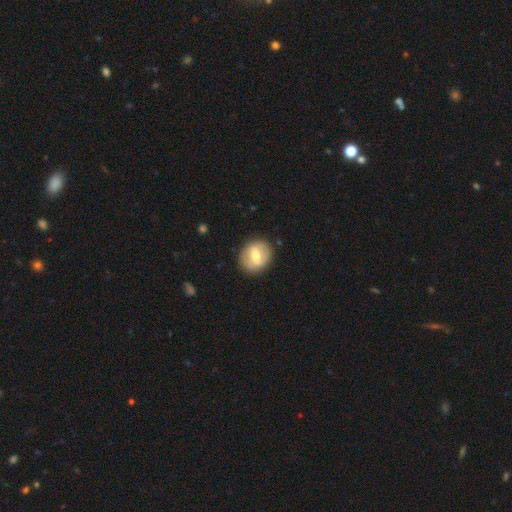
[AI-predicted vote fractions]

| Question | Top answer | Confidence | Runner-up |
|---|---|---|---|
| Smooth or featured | featured or disk | 51% | smooth (43%) |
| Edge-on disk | no | 89% | yes (11%) |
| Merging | none | 87% | minor disturbance (9%) |